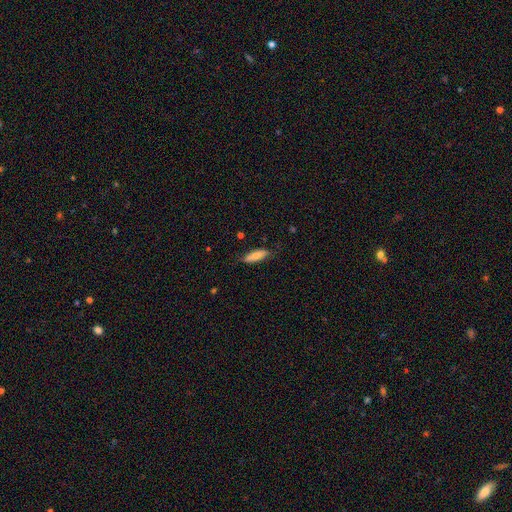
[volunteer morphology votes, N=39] Smooth or featured? 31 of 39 (79%) said smooth. How rounded? 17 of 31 (55%) said cigar-shaped. Merging? 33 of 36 (92%) said none.